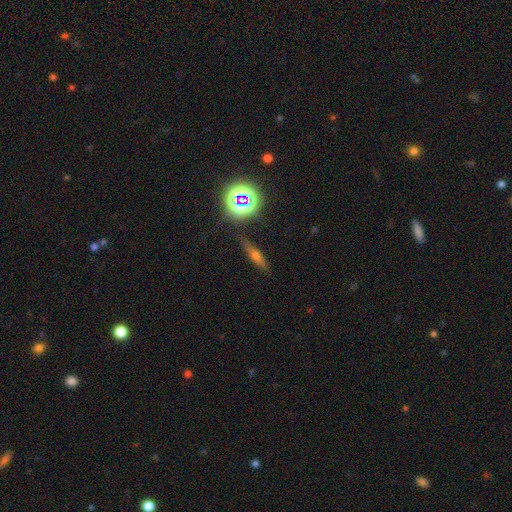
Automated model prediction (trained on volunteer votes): The model was most divided on "smooth or featured": featured or disk: 42%, smooth: 37%, star or artifact: 21%. More confident: merging — none (85%).